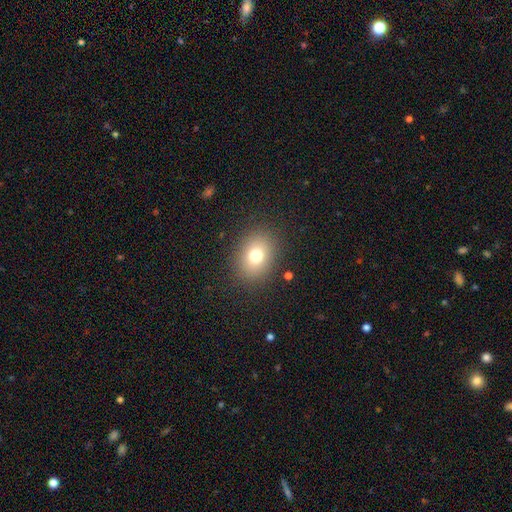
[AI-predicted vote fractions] Smooth or featured?
  - smooth: 75% *
  - star or artifact: 13%
  - featured or disk: 11%
How rounded?
  - in between: 54% *
  - round: 45%
  - cigar-shaped: 1%
Merging?
  - none: 87% *
  - minor disturbance: 8%
  - major disturbance: 4%
  - merger: 1%